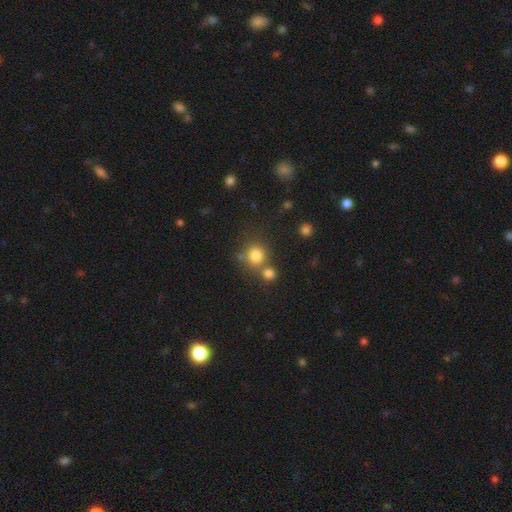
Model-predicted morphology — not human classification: Smooth or featured? Predicted: smooth (p=0.79). How rounded? Predicted: round (p=0.85). Merging? Predicted: none (p=0.58).